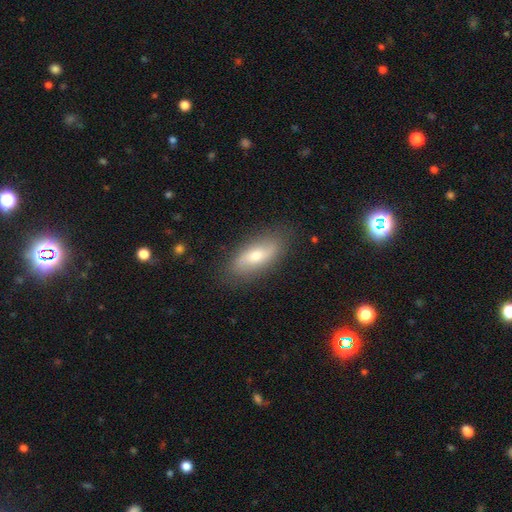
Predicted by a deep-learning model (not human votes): smooth-or-featured: smooth: 48% | featured or disk: 44% | star or artifact: 7%
  merging: none: 82% | minor disturbance: 13% | major disturbance: 3% | merger: 1%